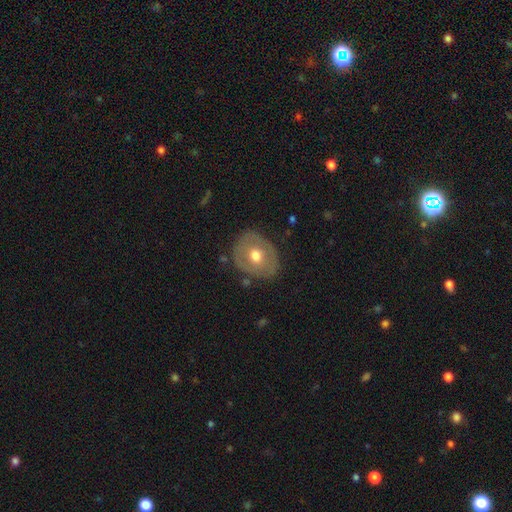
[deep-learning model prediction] smooth-or-featured: featured or disk: 47% (tied) | smooth: 47% (tied) | star or artifact: 6%
  merging: none: 77% | minor disturbance: 16% | major disturbance: 5% | merger: 2%